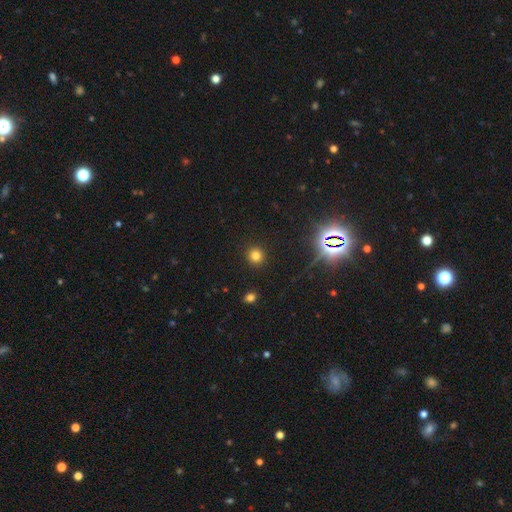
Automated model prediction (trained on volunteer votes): Smooth or featured?
  - smooth: 77% *
  - star or artifact: 17%
  - featured or disk: 6%
How rounded?
  - round: 92% *
  - in between: 7%
  - cigar-shaped: 1%
Merging?
  - none: 92% *
  - minor disturbance: 5%
  - major disturbance: 2%
  - merger: 1%